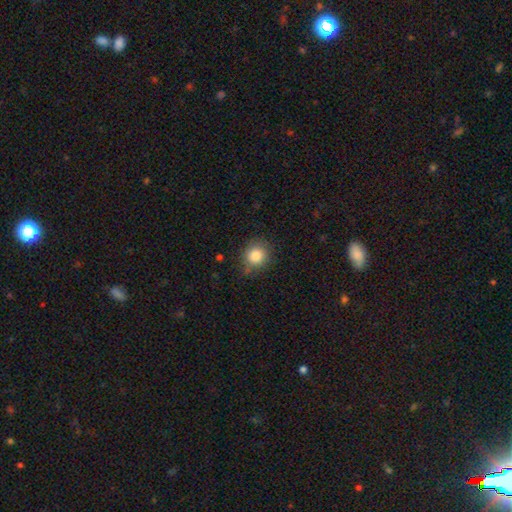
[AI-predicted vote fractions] Overall: smooth (85%). How rounded: round (82%). Merging: none (79%).